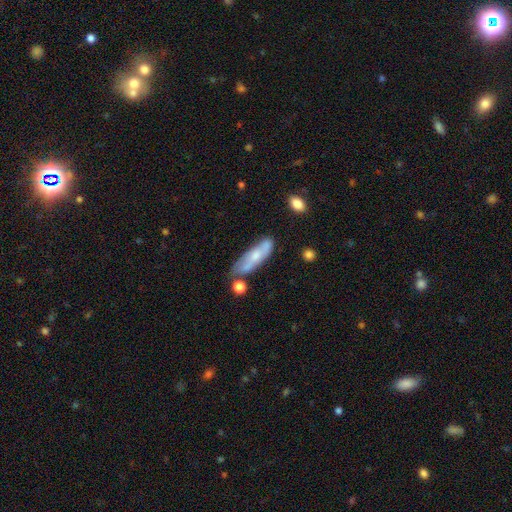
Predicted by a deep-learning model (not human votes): Smooth or featured?
  - smooth: 50% *
  - featured or disk: 43%
  - star or artifact: 7%
How rounded?
  - cigar-shaped: 57% *
  - in between: 41%
  - round: 2%
Merging?
  - none: 55% *
  - minor disturbance: 25%
  - merger: 12%
  - major disturbance: 8%